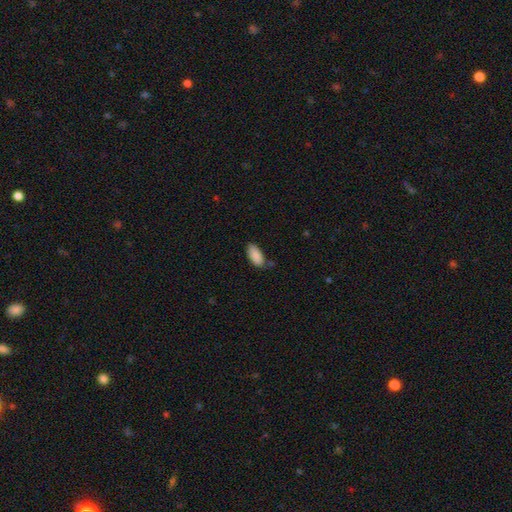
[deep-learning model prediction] This appears to be a smooth galaxy with no disk features (89%) that is in between round and cigar-shaped (89%). Merging: none (70%).